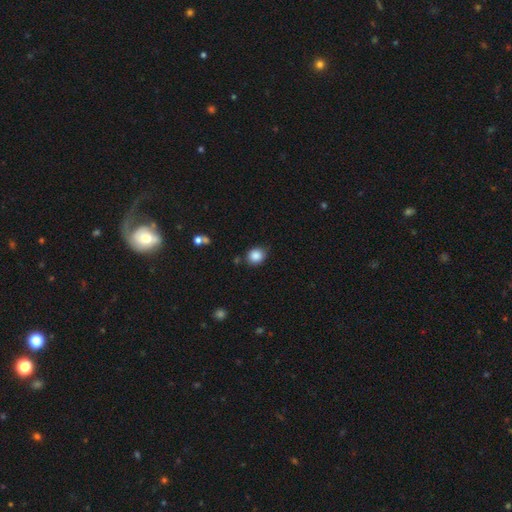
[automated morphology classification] This appears to be a smooth galaxy with no disk features (87%) that is round (76%). Merging: none (82%).